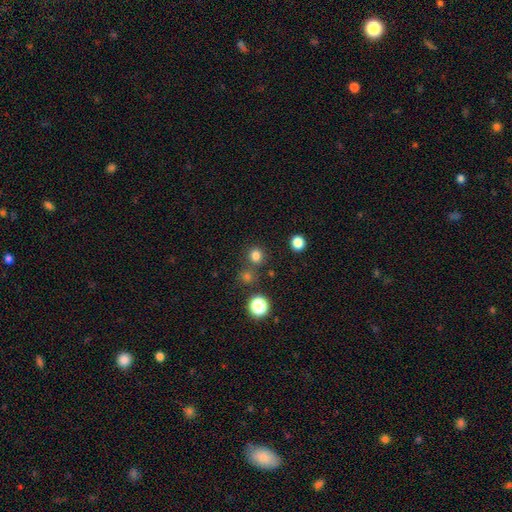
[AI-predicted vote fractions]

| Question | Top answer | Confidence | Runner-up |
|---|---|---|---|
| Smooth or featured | smooth | 77% | star or artifact (19%) |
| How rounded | round | 88% | in between (11%) |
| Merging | none | 76% | merger (14%) |